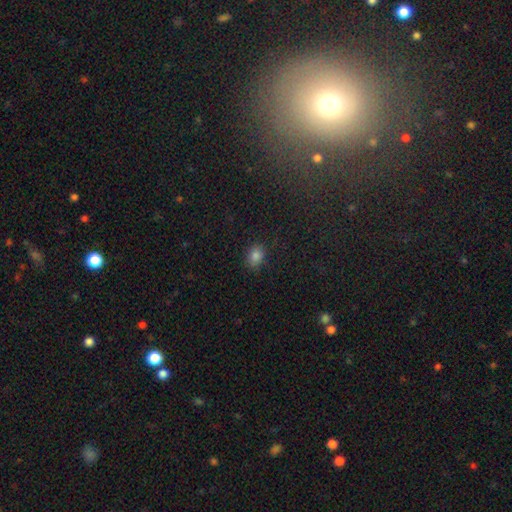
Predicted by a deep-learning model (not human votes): This appears to be a smooth galaxy with no disk features (82%) that is in between round and cigar-shaped (58%). Merging: none (81%).